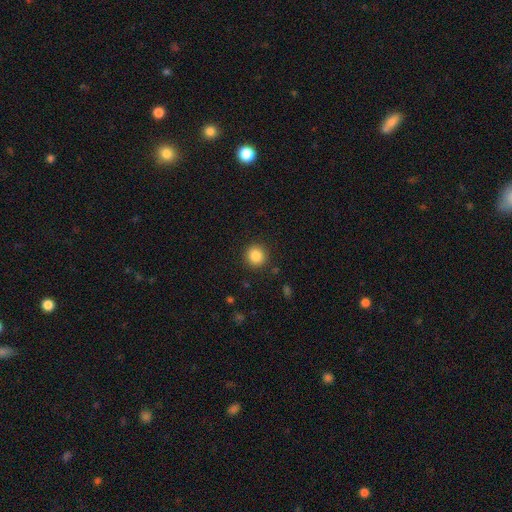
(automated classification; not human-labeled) Smooth or featured? smooth (86%)
How rounded? round (91%)
Merging? none (90%)